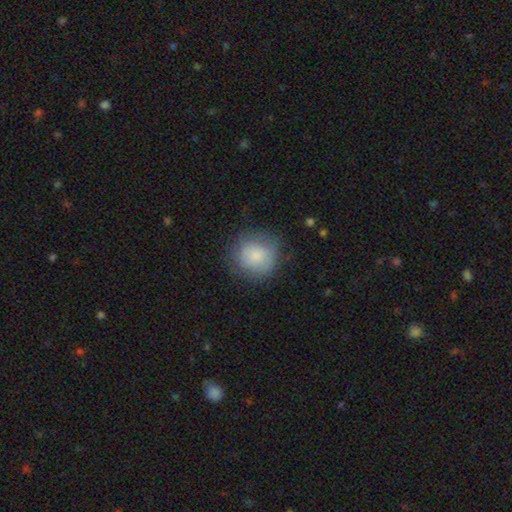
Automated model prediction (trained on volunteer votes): Q: Smooth or featured?
A: smooth (79%); runner-up: featured or disk (13%)
Q: How rounded?
A: round (90%); runner-up: in between (9%)
Q: Merging?
A: none (73%); runner-up: minor disturbance (19%)